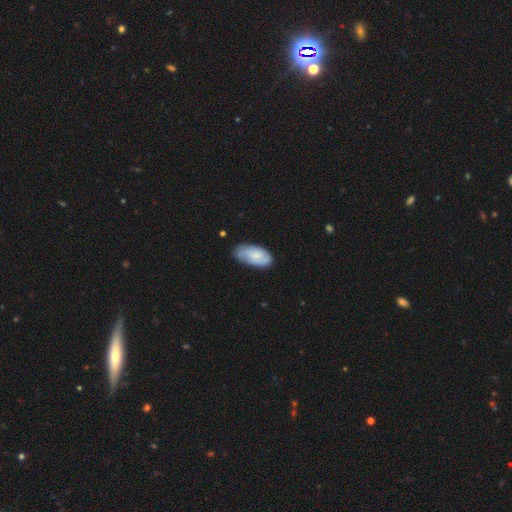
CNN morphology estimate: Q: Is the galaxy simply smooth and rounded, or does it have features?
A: smooth — 59%.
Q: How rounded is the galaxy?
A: in between — 92%.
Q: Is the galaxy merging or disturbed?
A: none — 65%.